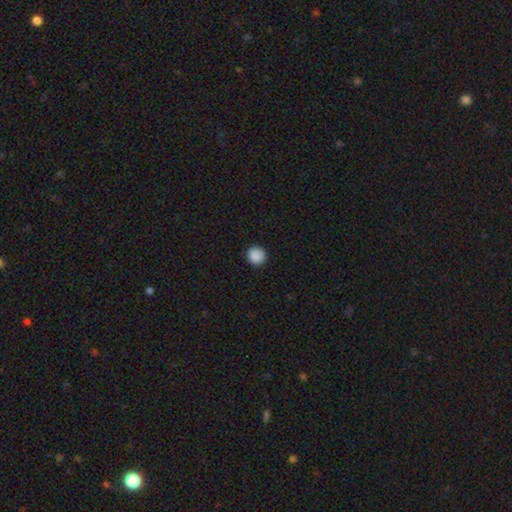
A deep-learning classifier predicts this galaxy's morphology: smooth 89%, star or artifact 9%, featured or disk 2%. Down the decision tree: how rounded — round (92%); merging — none (92%).